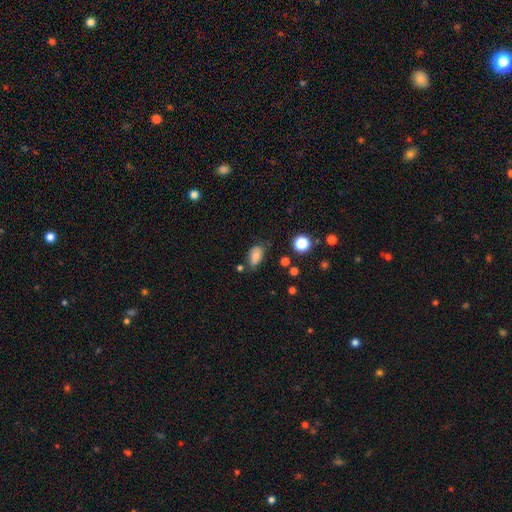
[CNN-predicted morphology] smooth-or-featured: smooth: 77% | featured or disk: 12% | star or artifact: 11%
  how-rounded: in between: 87% | round: 11% | cigar-shaped: 2%
  merging: none: 58% | minor disturbance: 29% | major disturbance: 7% | merger: 6%